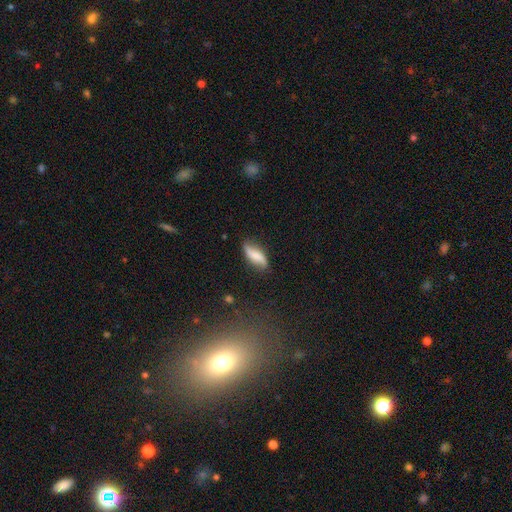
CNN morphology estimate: type=smooth (57%); roundness=in between (65%); merging=none (72%).